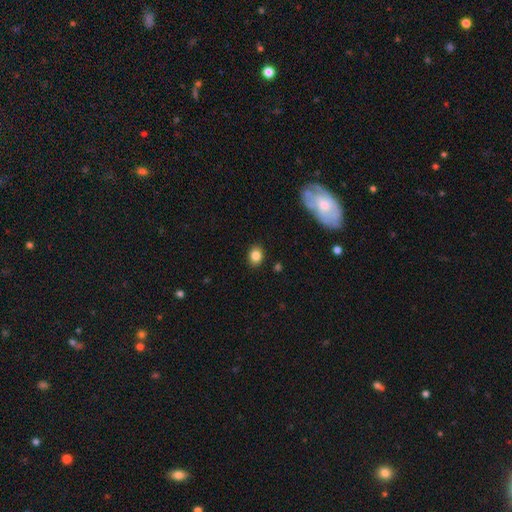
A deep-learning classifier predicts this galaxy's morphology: Overall: smooth (85%). How rounded: round (51%; in between 48%). Merging: none (88%).